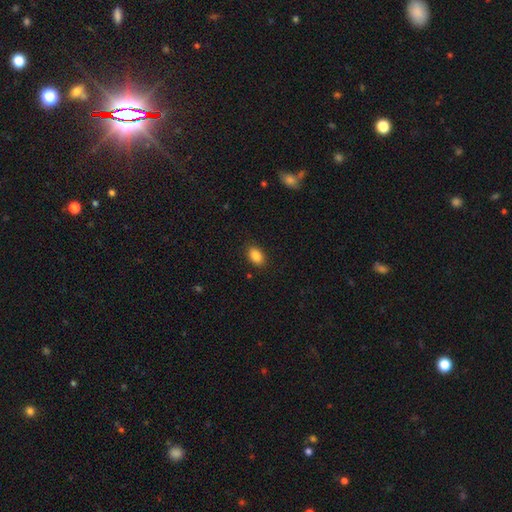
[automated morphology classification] A smooth galaxy with no disk features (87%) that is in between round and cigar-shaped (87%). Merging: none (89%).